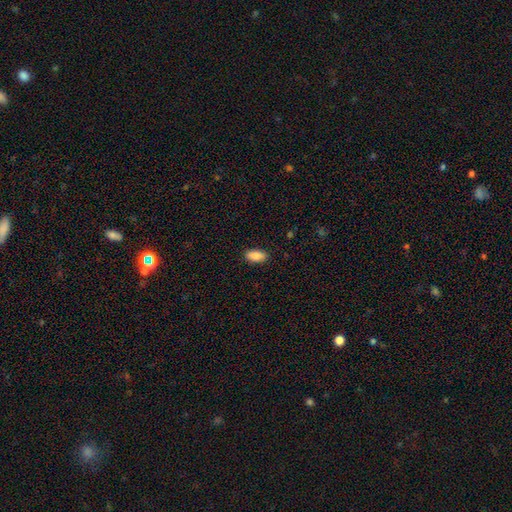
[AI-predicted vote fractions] Morphology: type=smooth (89%); roundness=in between (91%); merging=none (88%).